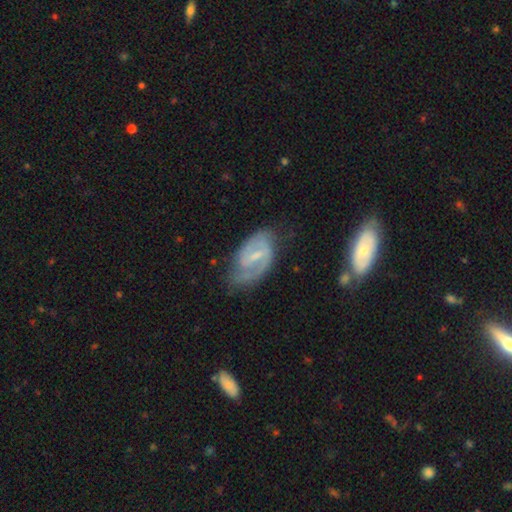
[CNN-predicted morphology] smooth_or_featured: featured or disk (p=0.80) [alt: smooth p=0.14]
disk_edge_on: no (p=0.96) [alt: yes p=0.04]
bar: weak (p=0.51) [alt: strong p=0.33]
has_spiral_arms: yes (p=0.91) [alt: no p=0.09]
spiral_winding: medium (p=0.46) [alt: tight p=0.35]
spiral_arm_count: 2 (p=0.76) [alt: 1 p=0.11]
bulge_size: small (p=0.61) [alt: moderate p=0.25]
merging: none (p=0.61) [alt: minor disturbance p=0.24]